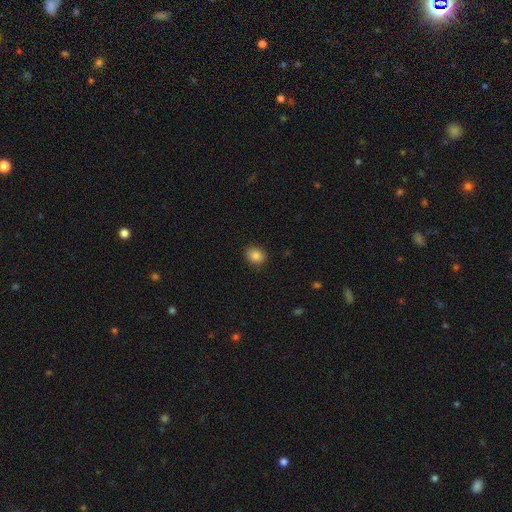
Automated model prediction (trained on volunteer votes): Smooth or featured?
  - smooth: 85% *
  - star or artifact: 9%
  - featured or disk: 5%
How rounded?
  - round: 52% *
  - in between: 47%
  - cigar-shaped: 1%
Merging?
  - none: 87% *
  - minor disturbance: 10%
  - major disturbance: 2%
  - merger: 1%